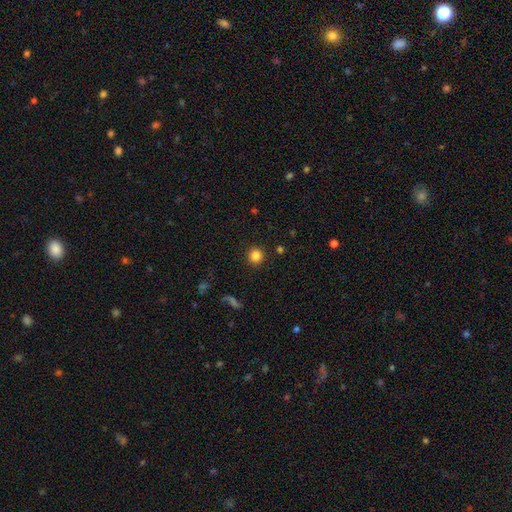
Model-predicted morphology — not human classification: This appears to be a smooth galaxy with no disk features (84%) that is round (94%). Merging: none (92%).